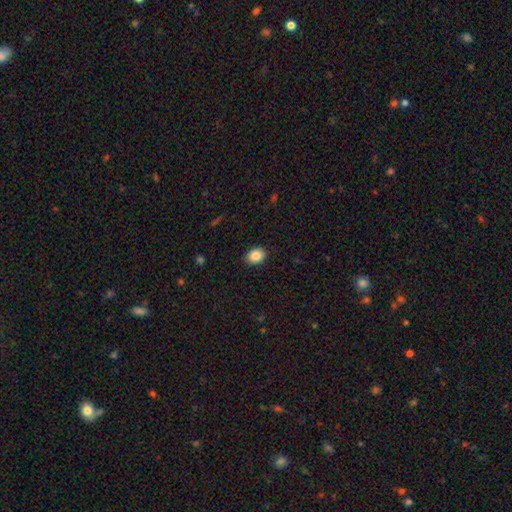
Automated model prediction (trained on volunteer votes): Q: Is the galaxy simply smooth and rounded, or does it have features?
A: smooth — 87%.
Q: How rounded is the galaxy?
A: in between — 58%.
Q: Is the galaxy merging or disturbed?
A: none — 90%.